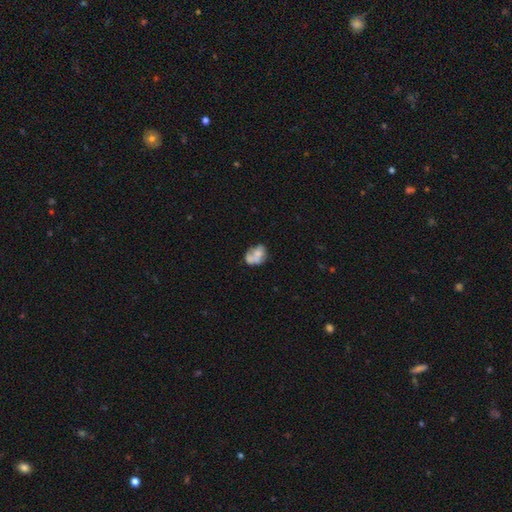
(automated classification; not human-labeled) Smooth or featured? smooth (54%)
How rounded? in between (66%)
Merging? none (31%)